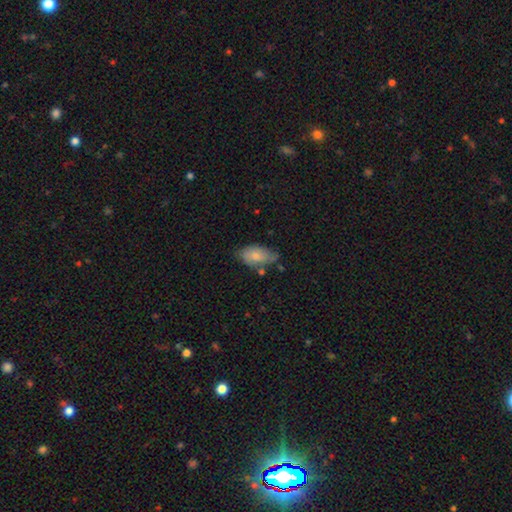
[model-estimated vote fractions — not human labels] Q: Smooth or featured?
A: smooth (73%); runner-up: featured or disk (20%)
Q: How rounded?
A: in between (92%); runner-up: round (4%)
Q: Merging?
A: none (50%); runner-up: minor disturbance (34%)